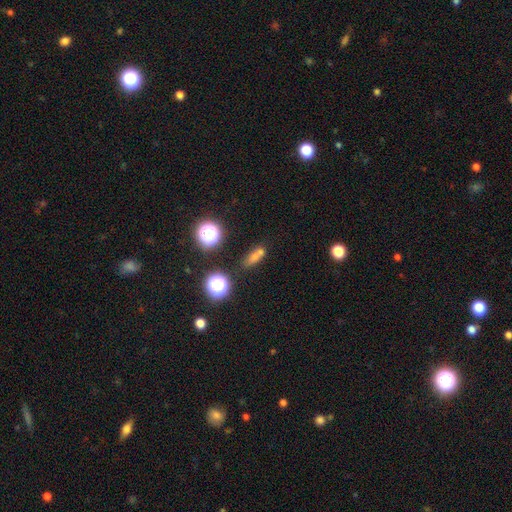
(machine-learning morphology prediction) This appears to be a smooth galaxy with no disk features (61%) that is in between round and cigar-shaped (51%). Merging: none (53%).